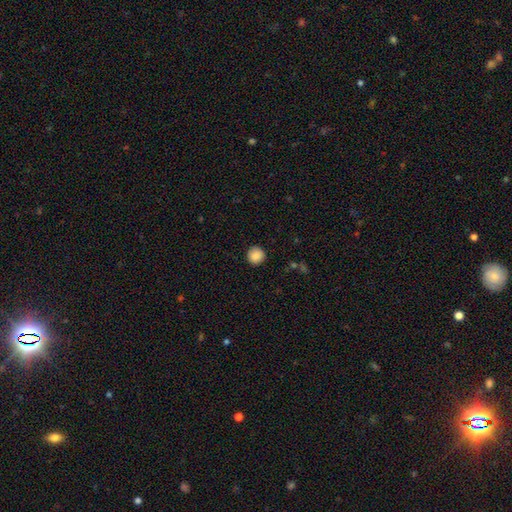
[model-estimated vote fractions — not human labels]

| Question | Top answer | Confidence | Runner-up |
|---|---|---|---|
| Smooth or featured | smooth | 88% | star or artifact (9%) |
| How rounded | round | 94% | in between (5%) |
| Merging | none | 90% | minor disturbance (7%) |